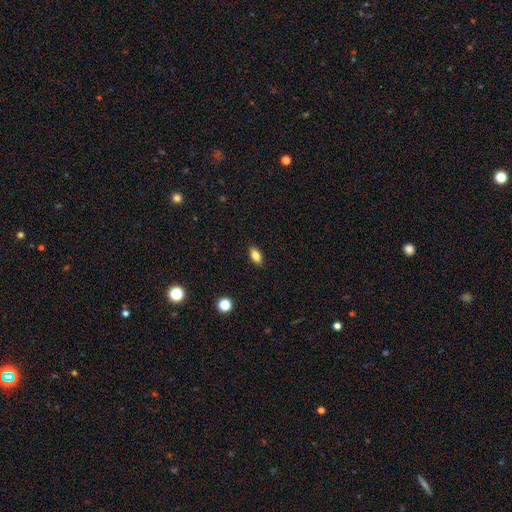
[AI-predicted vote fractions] A smooth galaxy with no disk features (81%) that is in between round and cigar-shaped (86%).

Vote fractions:
- Smooth or featured? smooth: 81% / featured or disk: 9% / star or artifact: 9%
- How rounded? in between: 86% / cigar-shaped: 8% / round: 6%
- Merging? none: 88% / minor disturbance: 9% / major disturbance: 2% / merger: 1%